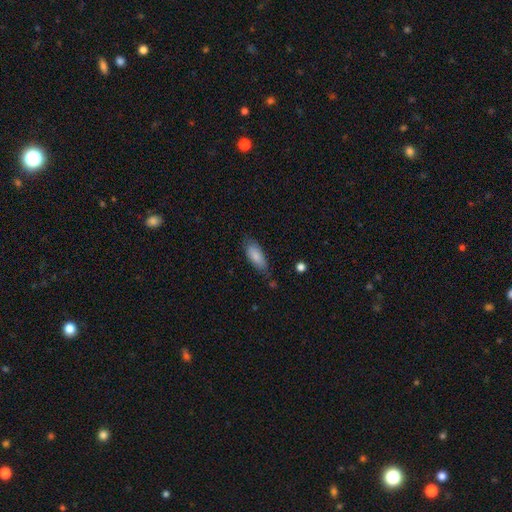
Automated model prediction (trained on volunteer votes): Smooth or featured?
  - smooth: 83% *
  - featured or disk: 11%
  - star or artifact: 6%
How rounded?
  - in between: 80% *
  - cigar-shaped: 19%
  - round: 2%
Merging?
  - none: 69% *
  - minor disturbance: 24%
  - major disturbance: 5%
  - merger: 2%